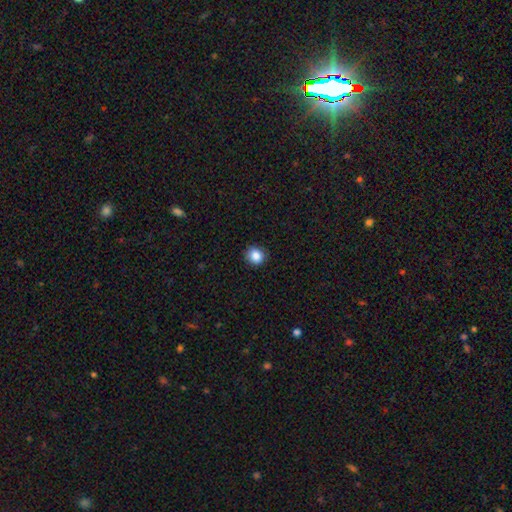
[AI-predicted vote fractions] smooth-or-featured: smooth: 86% | star or artifact: 10% | featured or disk: 4%
  how-rounded: round: 84% | in between: 15% | cigar-shaped: 1%
  merging: none: 88% | minor disturbance: 9% | major disturbance: 2% | merger: 1%